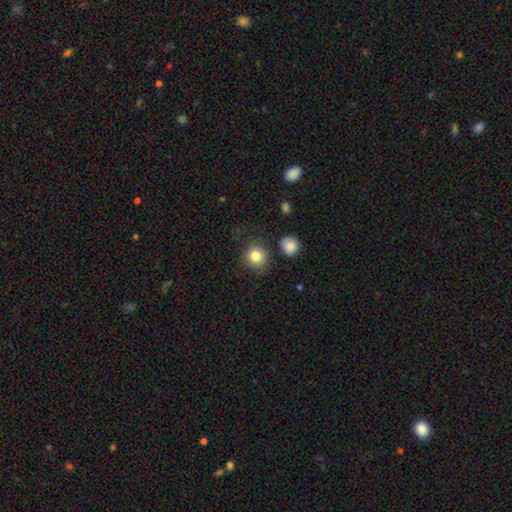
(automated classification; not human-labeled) A smooth galaxy with no disk features (82%) that is round (83%). Merging: none (77%).